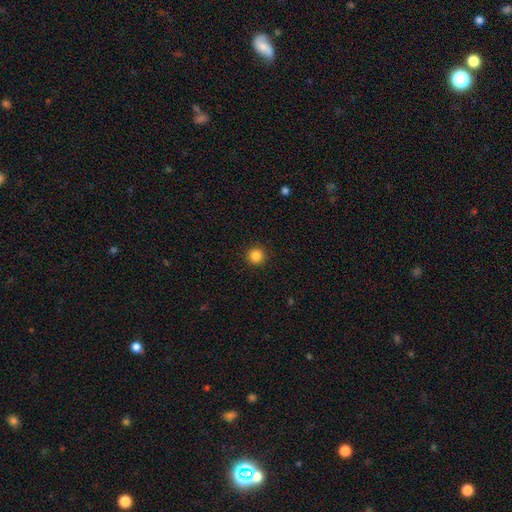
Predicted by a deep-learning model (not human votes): This appears to be a smooth galaxy with no disk features (86%) that is round (96%). Merging: none (93%).